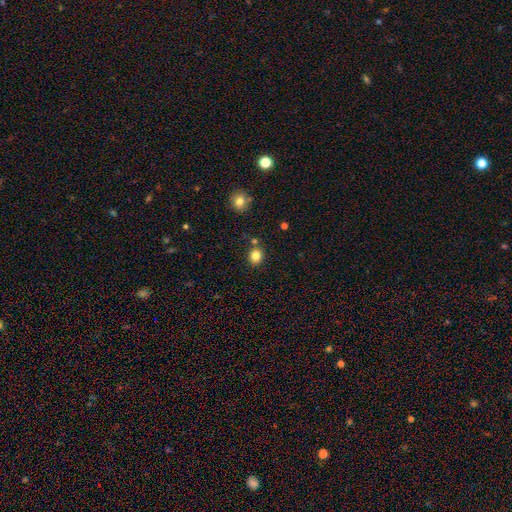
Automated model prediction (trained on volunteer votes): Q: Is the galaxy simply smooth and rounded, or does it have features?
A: smooth — 83%.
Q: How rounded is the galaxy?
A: round — 73%.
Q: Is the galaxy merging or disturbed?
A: none — 80%.